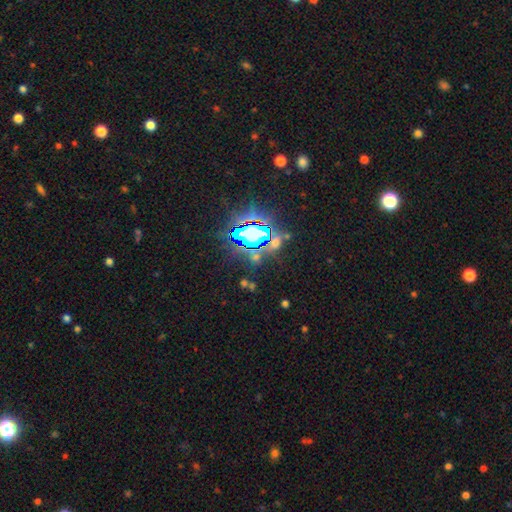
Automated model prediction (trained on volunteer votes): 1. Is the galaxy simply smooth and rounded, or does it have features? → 74% star or artifact, 16% smooth, 10% featured or disk.